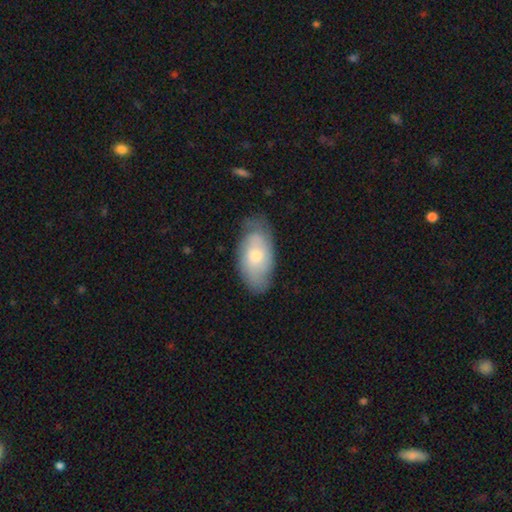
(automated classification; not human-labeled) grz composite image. It shows a smooth galaxy with no disk features (49%). Merging: none (68%).